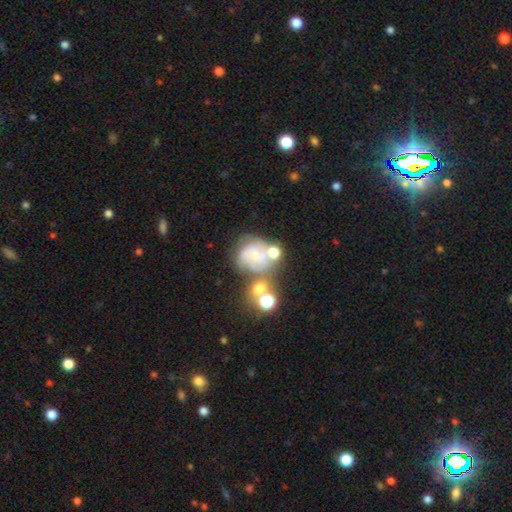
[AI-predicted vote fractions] Smooth or featured? featured or disk (59%)
Edge-on disk? no (98%)
Bar? no (67%)
Spiral arms? yes (78%)
Bulge size? small (64%)
Merging? none (39%)